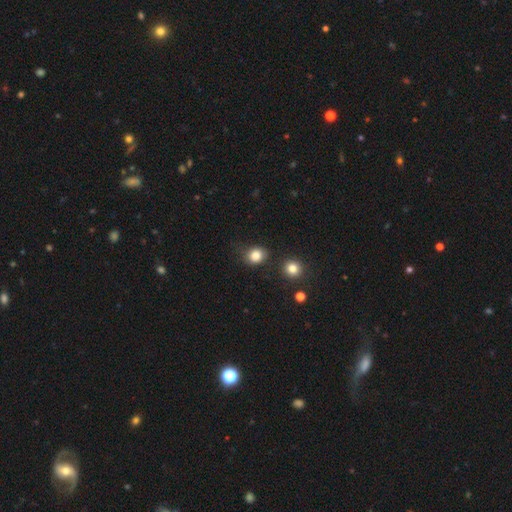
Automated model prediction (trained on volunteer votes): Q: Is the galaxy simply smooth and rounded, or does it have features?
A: smooth — 83%.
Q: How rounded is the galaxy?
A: round — 72%.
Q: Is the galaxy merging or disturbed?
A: none — 76%.